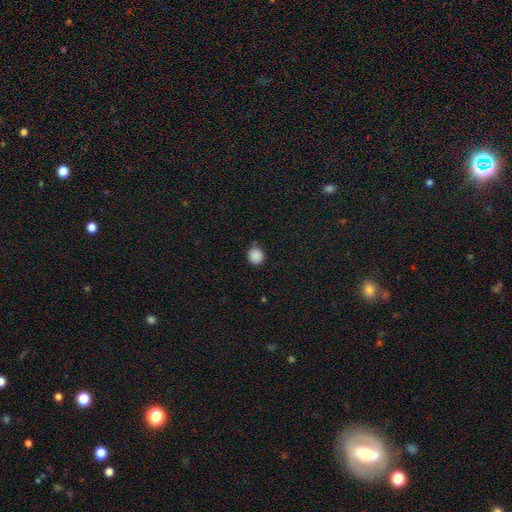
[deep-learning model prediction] Overall: smooth (87%). How rounded: round (89%). Merging: none (77%).